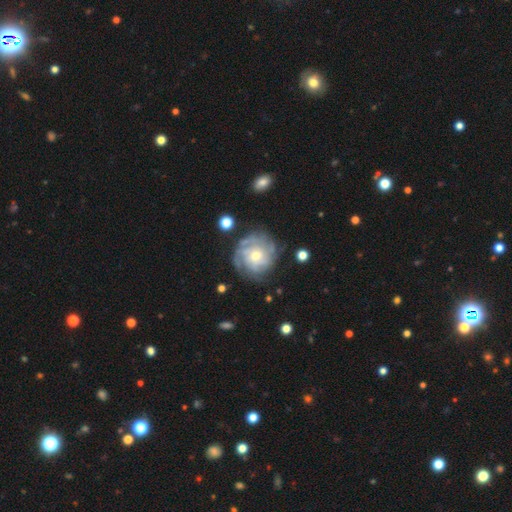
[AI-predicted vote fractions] The model was most divided on "bulge size": moderate: 48%, small: 46%, large: 3%, none: 2%, dominant: 1%. Remaining: edge-on disk — no (98%); spiral arms — yes (90%); smooth or featured — featured or disk (77%); merging — none (74%); bar — no (71%); spiral winding — tight (64%); spiral arm count — can't tell (45%).